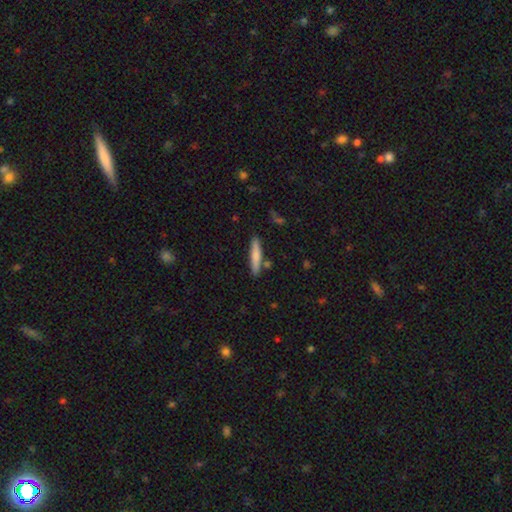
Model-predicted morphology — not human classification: smooth-or-featured: smooth: 74% | featured or disk: 20% | star or artifact: 6%
  how-rounded: cigar-shaped: 90% | in between: 9% | round: 1%
  merging: none: 83% | minor disturbance: 10% | merger: 5% | major disturbance: 2%